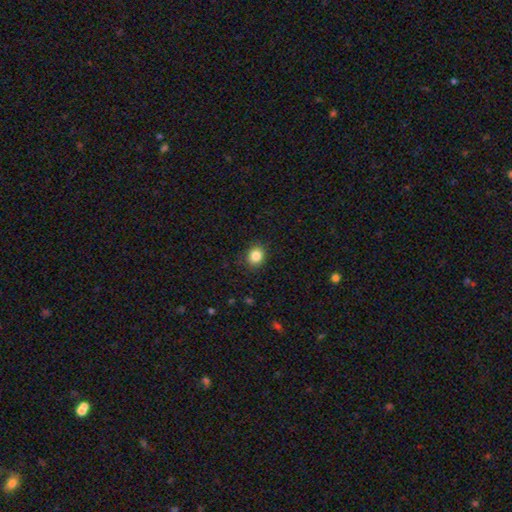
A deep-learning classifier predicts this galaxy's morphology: Smooth or featured? smooth (85%)
How rounded? round (71%)
Merging? none (88%)